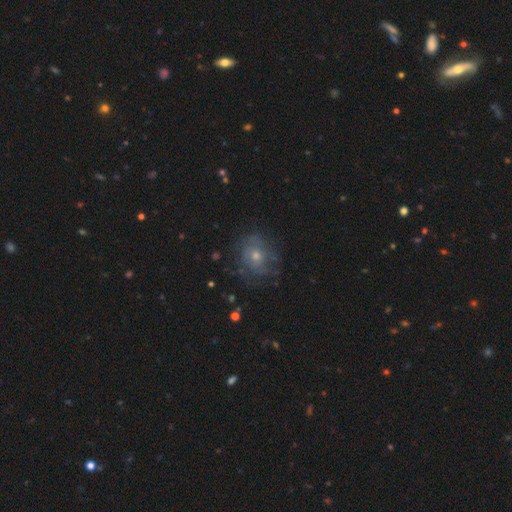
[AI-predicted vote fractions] smooth_or_featured: featured or disk (p=0.45) [alt: smooth p=0.37]
merging: none (p=0.71) [alt: minor disturbance p=0.18]